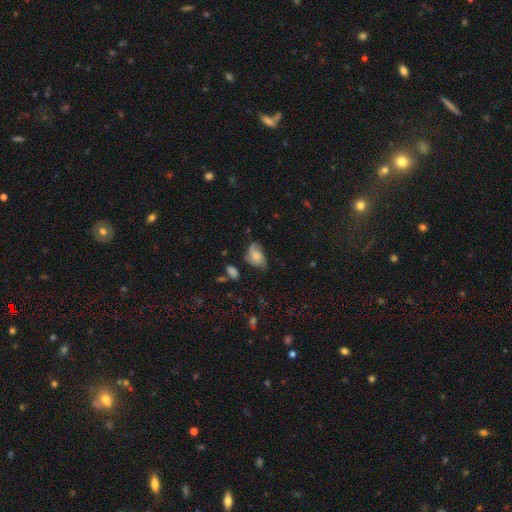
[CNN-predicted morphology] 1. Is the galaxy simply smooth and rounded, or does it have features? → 49% featured or disk, 41% smooth, 9% star or artifact.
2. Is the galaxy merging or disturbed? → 49% none, 30% minor disturbance, 17% major disturbance, 4% merger.